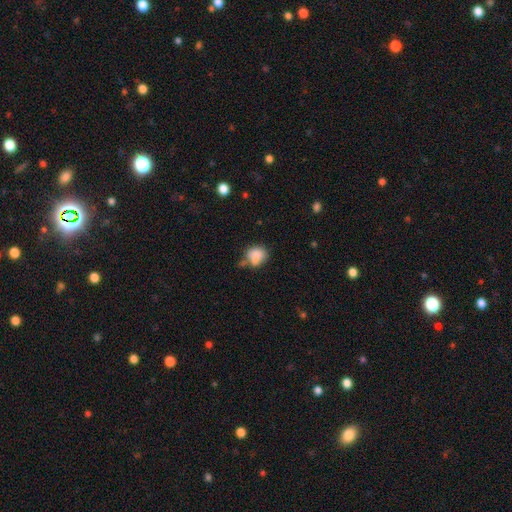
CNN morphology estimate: type=smooth (77%); roundness=round (52%); merging=none (40%).